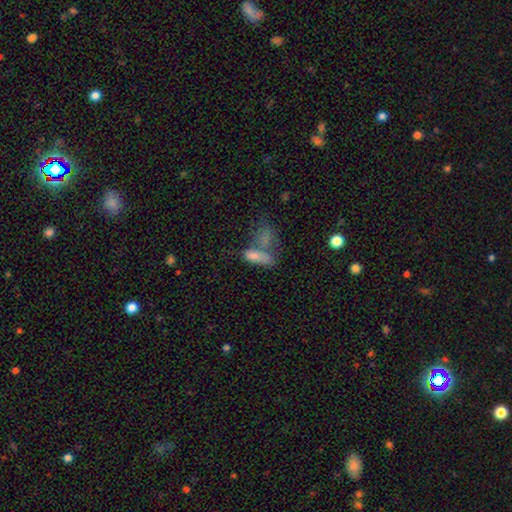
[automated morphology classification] smooth-or-featured: smooth: 73% | featured or disk: 16% | star or artifact: 11%
  how-rounded: in between: 72% | cigar-shaped: 23% | round: 6%
  merging: merger: 52% | none: 26% | minor disturbance: 12% | major disturbance: 10%